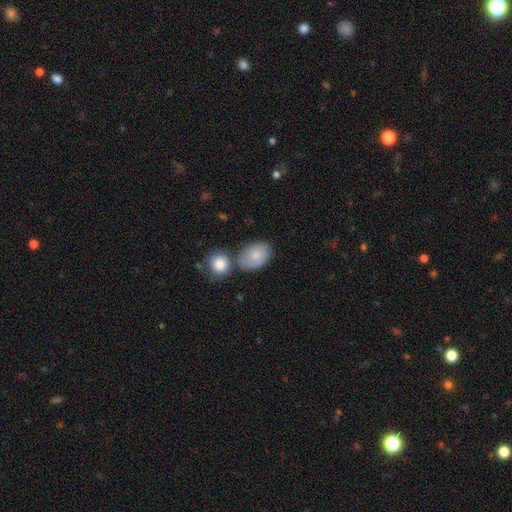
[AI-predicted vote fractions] smooth_or_featured: smooth (p=0.78) [alt: featured or disk p=0.15]
how_rounded: in between (p=0.75) [alt: round p=0.23]
merging: none (p=0.51) [alt: merger p=0.25]